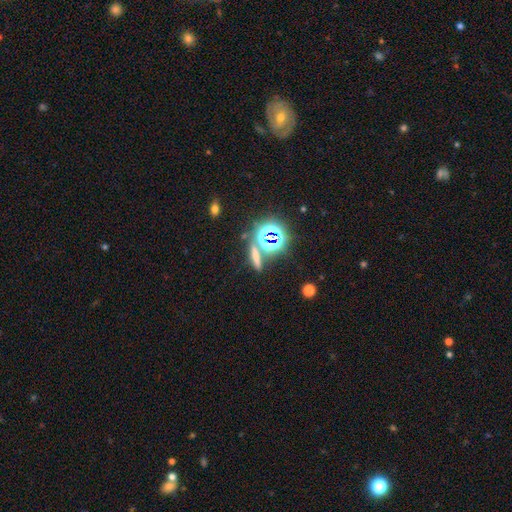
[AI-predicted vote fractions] A smooth galaxy with no disk features (45%).

Vote fractions:
- Smooth or featured? smooth: 45% / star or artifact: 39% / featured or disk: 16%
- Merging? none: 75% / merger: 12% / minor disturbance: 9% / major disturbance: 4%